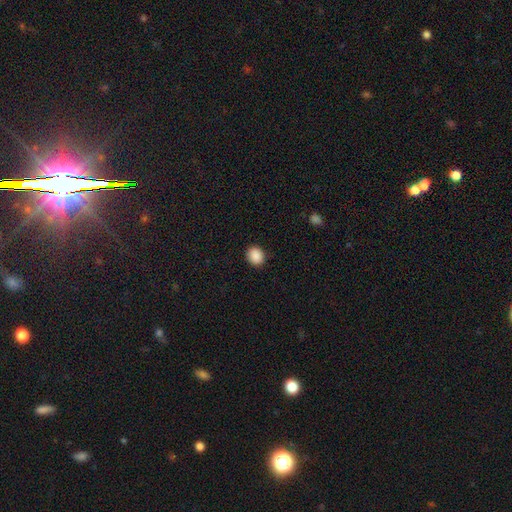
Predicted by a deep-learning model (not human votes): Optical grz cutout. It shows a smooth galaxy with no disk features (89%) that is round (69%). Merging: none (91%).